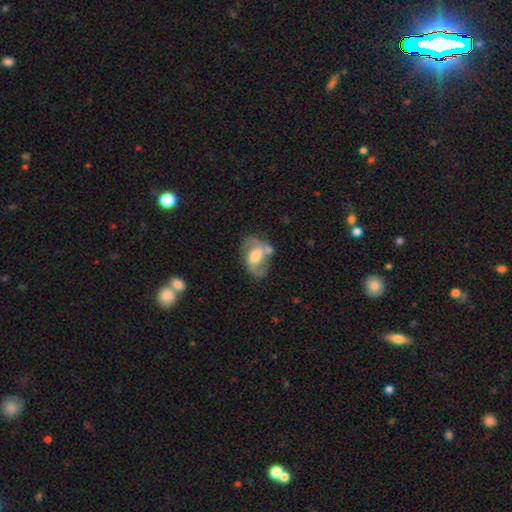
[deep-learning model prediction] smooth_or_featured: featured or disk (p=0.73) [alt: smooth p=0.20]
disk_edge_on: no (p=0.96) [alt: yes p=0.04]
bar: weak (p=0.47) [alt: no p=0.31]
has_spiral_arms: yes (p=0.87) [alt: no p=0.13]
spiral_winding: medium (p=0.49) [alt: loose p=0.37]
spiral_arm_count: 2 (p=0.88) [alt: can't tell p=0.06]
bulge_size: moderate (p=0.50) [alt: large p=0.27]
merging: none (p=0.59) [alt: minor disturbance p=0.21]